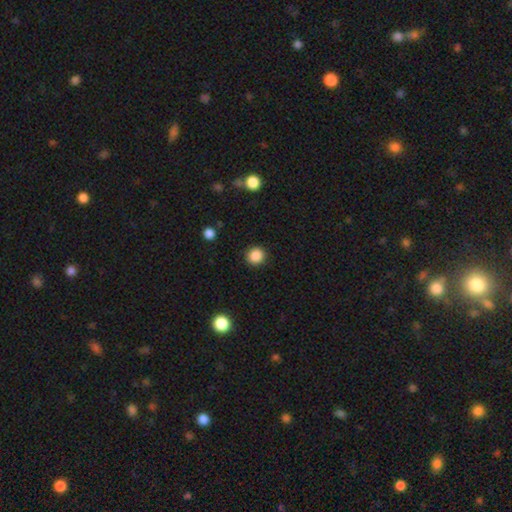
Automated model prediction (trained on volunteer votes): Smooth or featured? smooth (87%)
How rounded? round (92%)
Merging? none (91%)